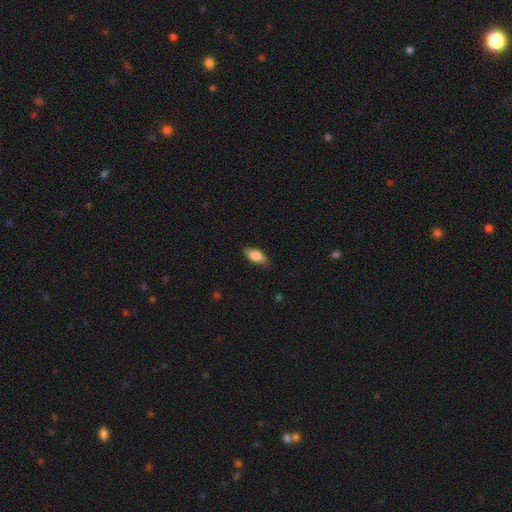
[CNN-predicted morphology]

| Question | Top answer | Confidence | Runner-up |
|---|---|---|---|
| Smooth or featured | smooth | 74% | featured or disk (20%) |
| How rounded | in between | 83% | cigar-shaped (13%) |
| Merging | none | 84% | minor disturbance (13%) |